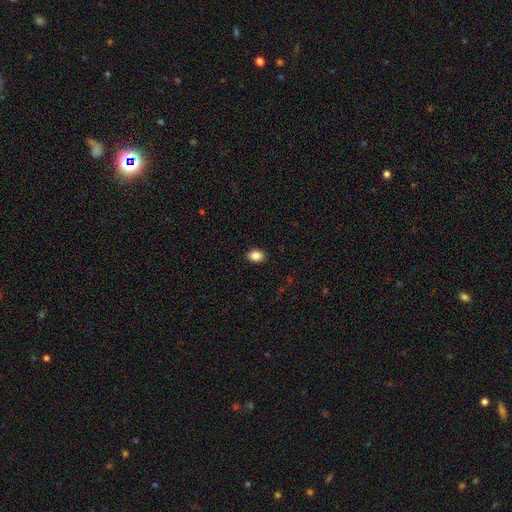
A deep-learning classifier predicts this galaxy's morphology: This is clearly a smooth galaxy (87%). How rounded: clearly in between (80%). Merging: clearly none (90%).